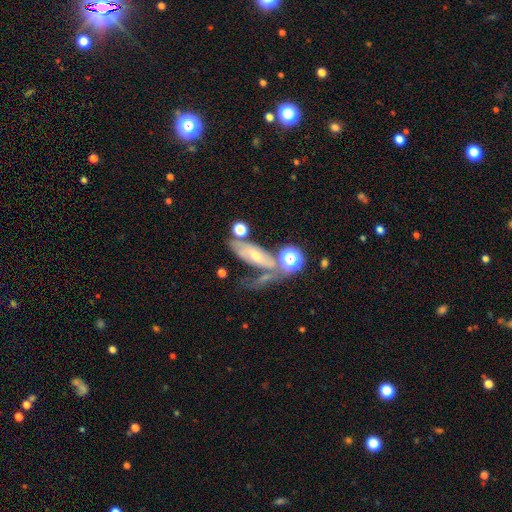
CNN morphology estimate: featured or disk 51%, smooth 36%, star or artifact 13%. Down the decision tree: edge-on disk — no (76%); merging — none (35%).